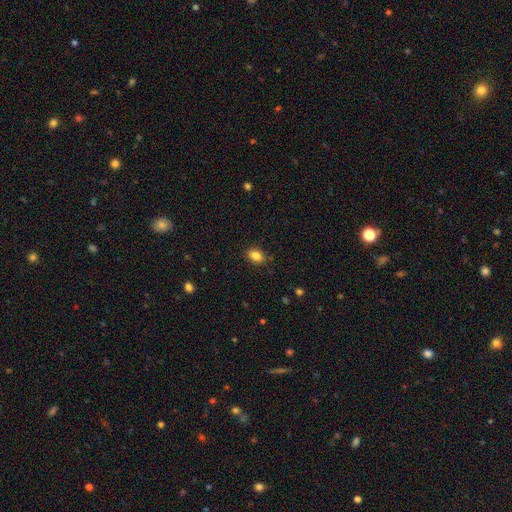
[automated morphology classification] smooth-or-featured: smooth: 86% | star or artifact: 9% | featured or disk: 5%
  how-rounded: in between: 80% | round: 18% | cigar-shaped: 1%
  merging: none: 86% | minor disturbance: 10% | major disturbance: 2% | merger: 1%